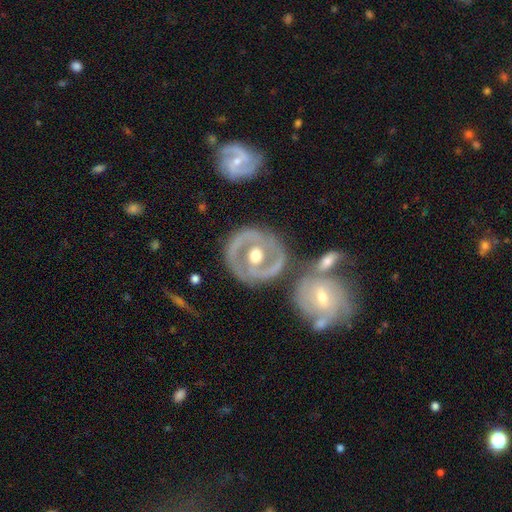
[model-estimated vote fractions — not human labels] featured or disk 75%, smooth 20%, star or artifact 5%. Down the decision tree: edge-on disk — no (96%); bar — no (58%); spiral arms — yes (51%); bulge size — moderate (79%); merging — none (61%).